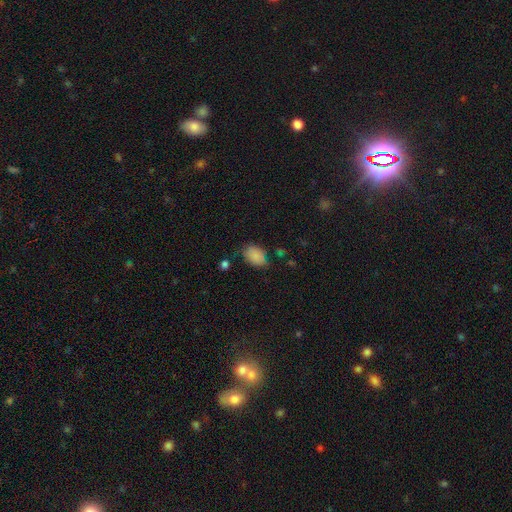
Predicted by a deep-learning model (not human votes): A smooth galaxy with no disk features (85%) that is in between round and cigar-shaped (81%).

Vote fractions:
- Smooth or featured? smooth: 85% / star or artifact: 9% / featured or disk: 6%
- How rounded? in between: 81% / round: 18% / cigar-shaped: 1%
- Merging? none: 62% / minor disturbance: 28% / major disturbance: 7% / merger: 3%